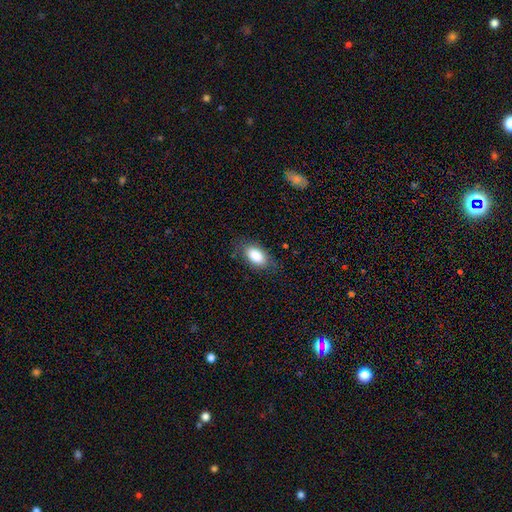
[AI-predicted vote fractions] This is clearly a smooth galaxy (85%). How rounded: clearly in between (92%). Merging: likely none (77%).